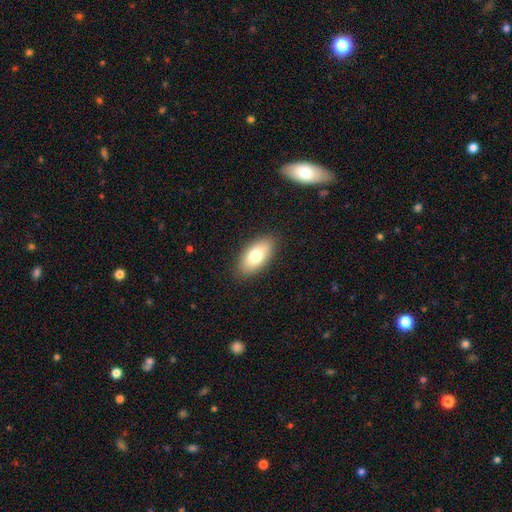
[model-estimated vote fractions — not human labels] A smooth galaxy with no disk features (75%) that is in between round and cigar-shaped (91%).

Vote fractions:
- Smooth or featured? smooth: 75% / featured or disk: 18% / star or artifact: 7%
- How rounded? in between: 91% / cigar-shaped: 5% / round: 3%
- Merging? none: 88% / minor disturbance: 9% / major disturbance: 2% / merger: 1%